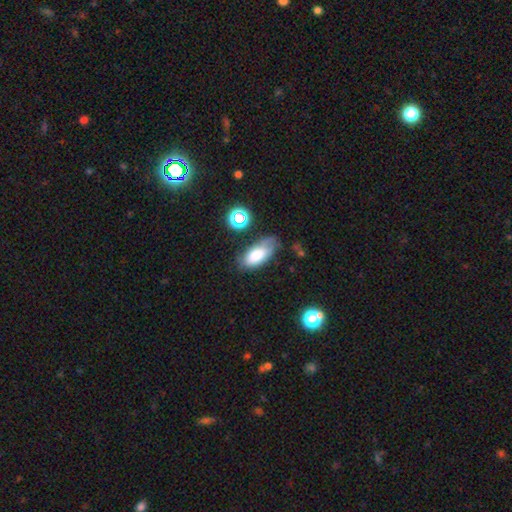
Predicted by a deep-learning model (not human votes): Smooth or featured: smooth — 73% (featured or disk — 17%)
How rounded: in between — 90% (cigar-shaped — 7%)
Merging: none — 57% (minor disturbance — 28%)